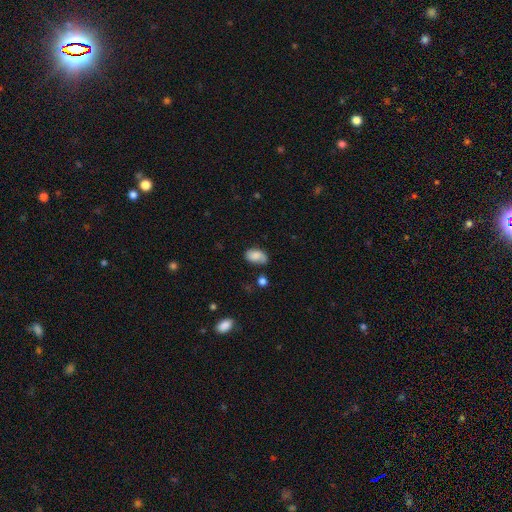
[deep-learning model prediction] smooth-or-featured: smooth: 73% | featured or disk: 18% | star or artifact: 9%
  how-rounded: in between: 90% | round: 8% | cigar-shaped: 1%
  merging: none: 57% | minor disturbance: 29% | major disturbance: 10% | merger: 4%